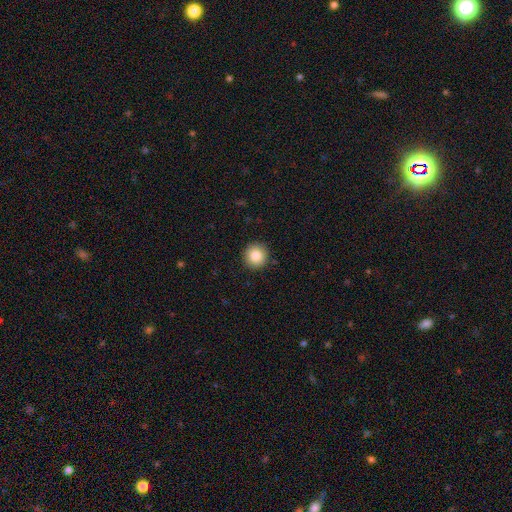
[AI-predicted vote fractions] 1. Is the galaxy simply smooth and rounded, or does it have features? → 85% smooth, 9% star or artifact, 6% featured or disk.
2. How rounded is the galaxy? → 94% round, 5% in between, 1% cigar-shaped.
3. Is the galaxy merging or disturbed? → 92% none, 6% minor disturbance, 2% major disturbance, 1% merger.